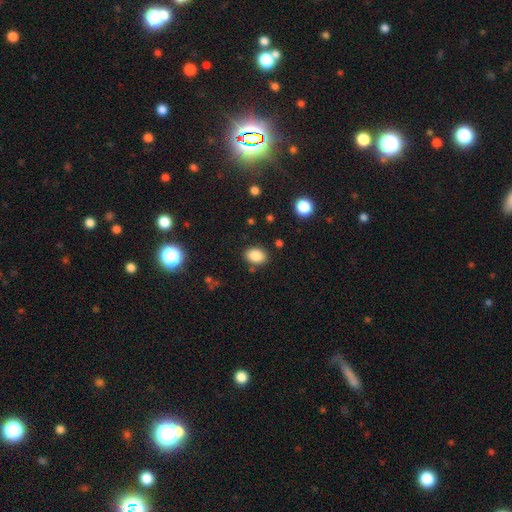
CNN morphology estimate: smooth-or-featured: smooth: 86% | star or artifact: 9% | featured or disk: 5%
  how-rounded: in between: 75% | round: 24% | cigar-shaped: 1%
  merging: none: 83% | minor disturbance: 10% | merger: 3% | major disturbance: 3%